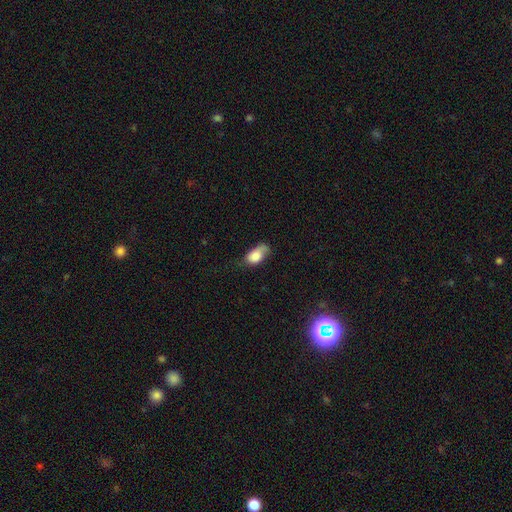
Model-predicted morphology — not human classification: smooth-or-featured: smooth: 79% | featured or disk: 14% | star or artifact: 7%
  how-rounded: in between: 89% | round: 7% | cigar-shaped: 4%
  merging: none: 39% (tied) | minor disturbance: 39% (tied) | major disturbance: 18% | merger: 4%